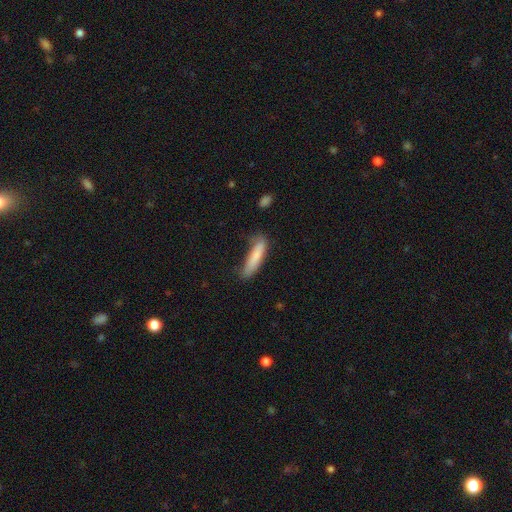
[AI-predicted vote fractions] smooth 80%, featured or disk 14%, star or artifact 6%. Down the decision tree: how rounded — cigar-shaped (79%); merging — none (60%).